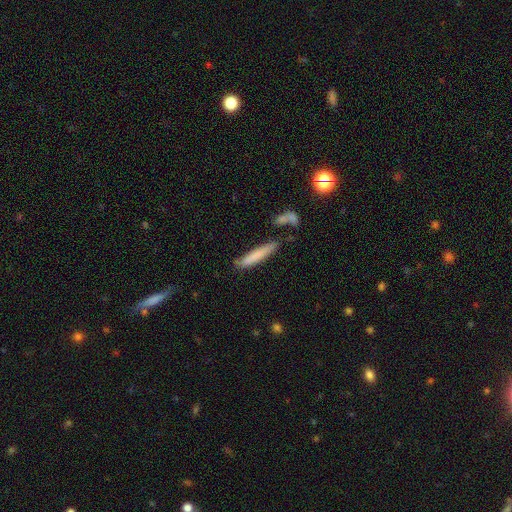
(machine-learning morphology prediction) Q: Smooth or featured?
A: smooth (75%); runner-up: featured or disk (18%)
Q: How rounded?
A: cigar-shaped (92%); runner-up: in between (7%)
Q: Merging?
A: none (74%); runner-up: minor disturbance (16%)